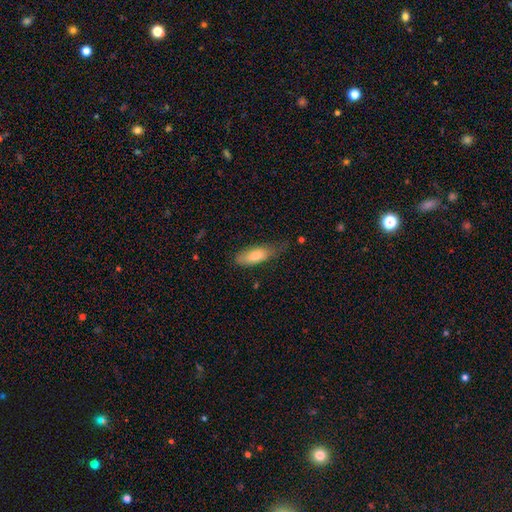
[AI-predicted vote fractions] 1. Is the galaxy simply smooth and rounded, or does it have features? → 75% smooth, 19% featured or disk, 6% star or artifact.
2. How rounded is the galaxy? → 75% in between, 23% cigar-shaped, 2% round.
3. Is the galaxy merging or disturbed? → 58% none, 32% minor disturbance, 8% major disturbance, 2% merger.